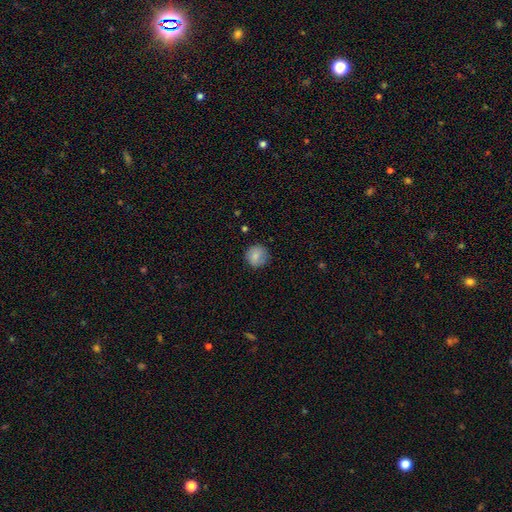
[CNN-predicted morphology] smooth_or_featured: smooth (p=0.83) [alt: featured or disk p=0.09]
how_rounded: round (p=0.91) [alt: in between p=0.08]
merging: none (p=0.84) [alt: minor disturbance p=0.12]